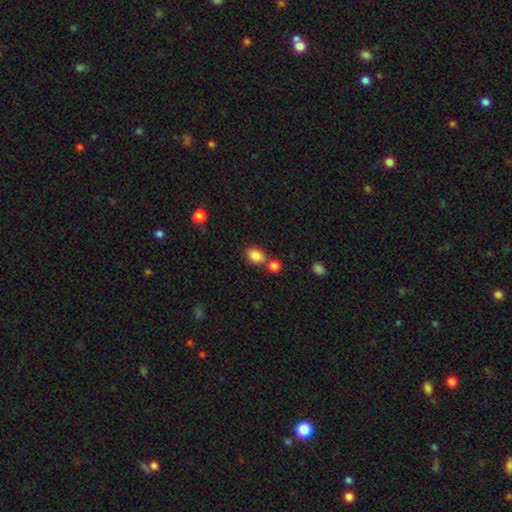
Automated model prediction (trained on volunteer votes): The model was most divided on "merging": none: 63%, merger: 23%, minor disturbance: 11%, major disturbance: 3%. More confident: smooth or featured — smooth (85%); how rounded — in between (75%).